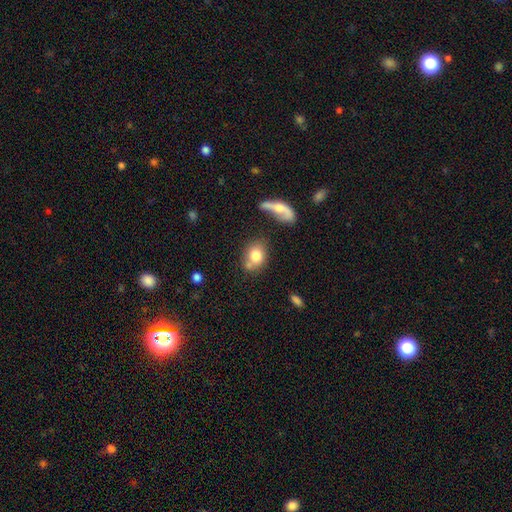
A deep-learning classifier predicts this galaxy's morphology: This is likely a smooth galaxy (77%). How rounded: possibly in between (55%). Merging: possibly none (53%).